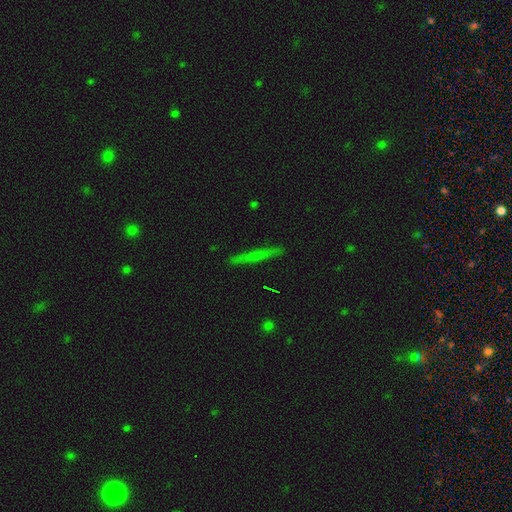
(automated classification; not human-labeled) The model was most divided on "smooth or featured": smooth: 50%, featured or disk: 41%, star or artifact: 9%. More confident: merging — none (89%).